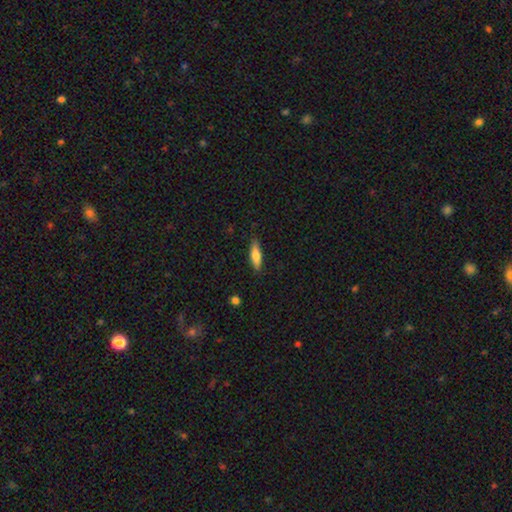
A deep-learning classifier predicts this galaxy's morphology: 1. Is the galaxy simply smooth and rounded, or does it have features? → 75% smooth, 19% featured or disk, 6% star or artifact.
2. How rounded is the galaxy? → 53% cigar-shaped, 45% in between, 2% round.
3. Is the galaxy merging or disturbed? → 84% none, 13% minor disturbance, 2% major disturbance, 1% merger.